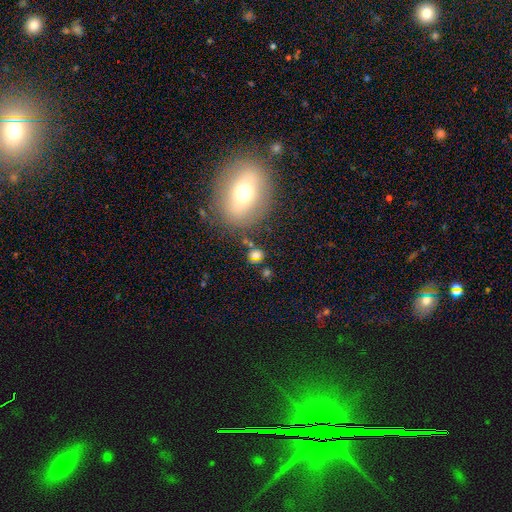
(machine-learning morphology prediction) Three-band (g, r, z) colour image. It shows a smooth galaxy with no disk features (64%) that is round (68%). Merging: none (73%).